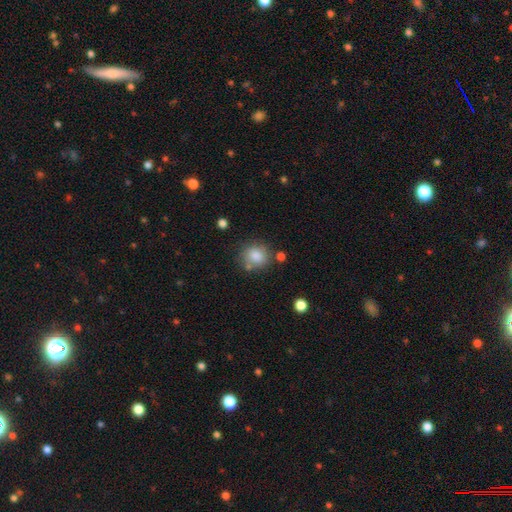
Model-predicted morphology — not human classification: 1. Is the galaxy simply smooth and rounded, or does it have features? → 83% smooth, 9% star or artifact, 7% featured or disk.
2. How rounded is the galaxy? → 79% round, 20% in between, 1% cigar-shaped.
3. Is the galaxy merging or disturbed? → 72% none, 14% minor disturbance, 9% merger, 5% major disturbance.